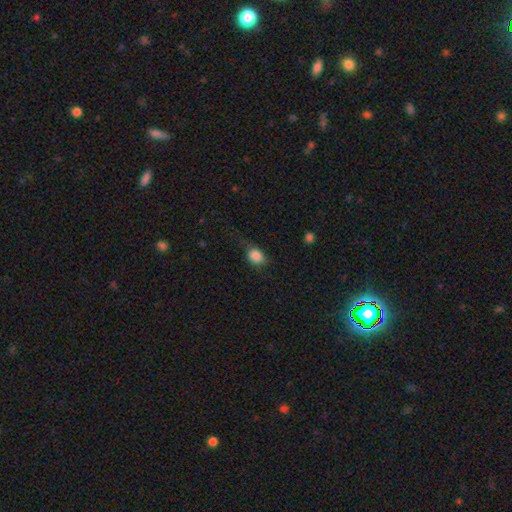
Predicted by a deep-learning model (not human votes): Smooth or featured?
  - smooth: 84% *
  - star or artifact: 9%
  - featured or disk: 7%
How rounded?
  - in between: 56% *
  - round: 43%
  - cigar-shaped: 2%
Merging?
  - none: 52% *
  - minor disturbance: 29%
  - major disturbance: 16%
  - merger: 2%